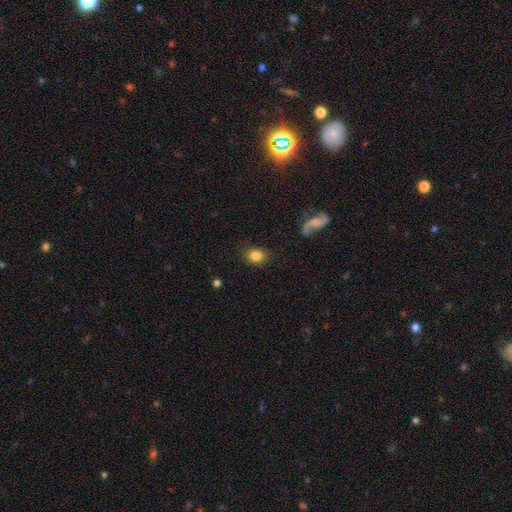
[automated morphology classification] smooth_or_featured: smooth (p=0.83) [alt: star or artifact p=0.09]
how_rounded: round (p=0.58) [alt: in between p=0.41]
merging: none (p=0.85) [alt: minor disturbance p=0.10]